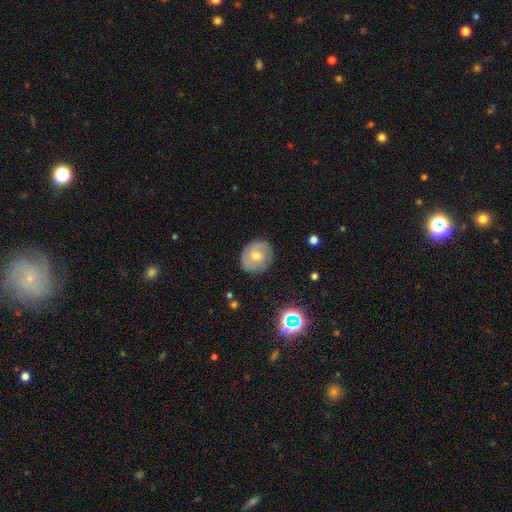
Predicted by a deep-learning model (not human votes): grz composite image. It shows a featured or disk galaxy (51%). Merging: none (82%).